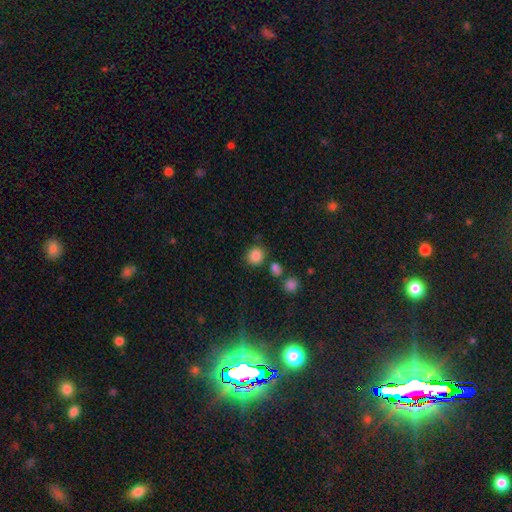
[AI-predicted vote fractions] This appears to be a smooth galaxy with no disk features (84%) that is round (86%). Merging: none (80%).